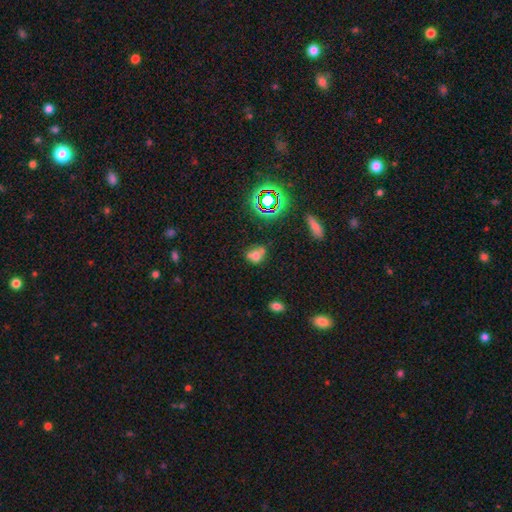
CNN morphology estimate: The model was most divided on "how rounded": in between: 55%, round: 42%, cigar-shaped: 2%. Remaining: smooth or featured — smooth (60%); merging — none (42%).